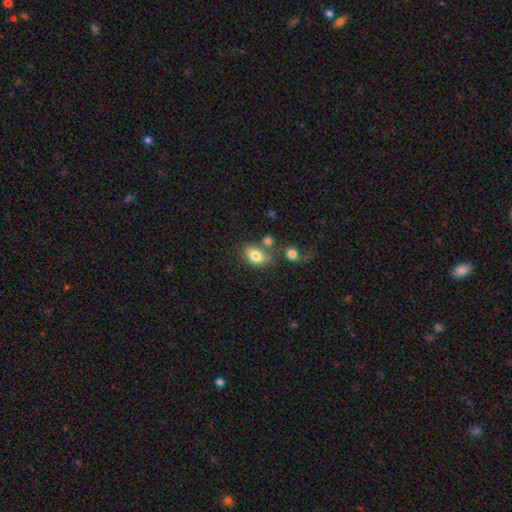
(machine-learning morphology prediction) Smooth or featured: smooth — 80% (featured or disk — 11%)
How rounded: in between — 71% (round — 28%)
Merging: none — 52% (merger — 24%)